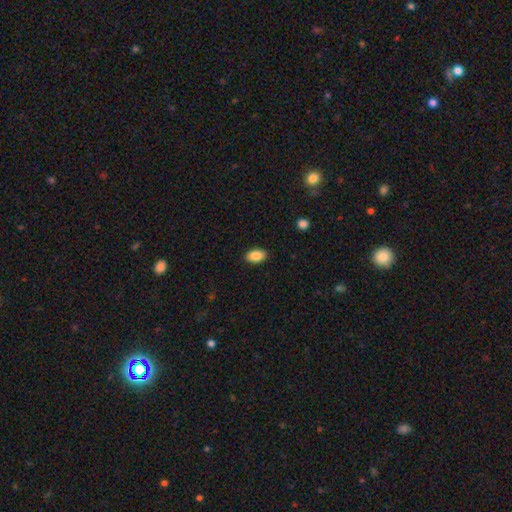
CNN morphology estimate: Smooth or featured? Predicted: smooth (p=0.87). How rounded? Predicted: in between (p=0.92). Merging? Predicted: none (p=0.88).